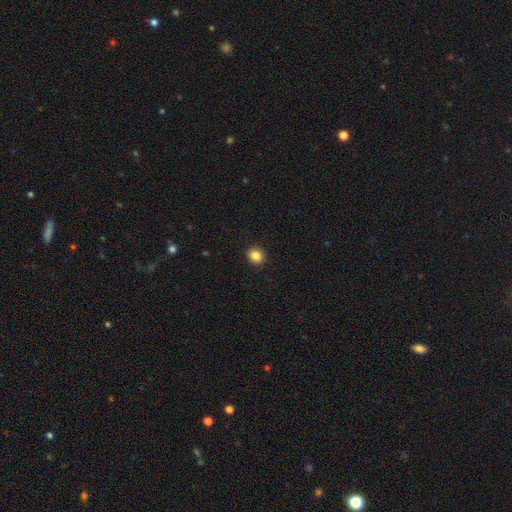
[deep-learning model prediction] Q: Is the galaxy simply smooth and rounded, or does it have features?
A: smooth — 86%.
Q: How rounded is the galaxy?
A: round — 78%.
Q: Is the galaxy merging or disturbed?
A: none — 92%.